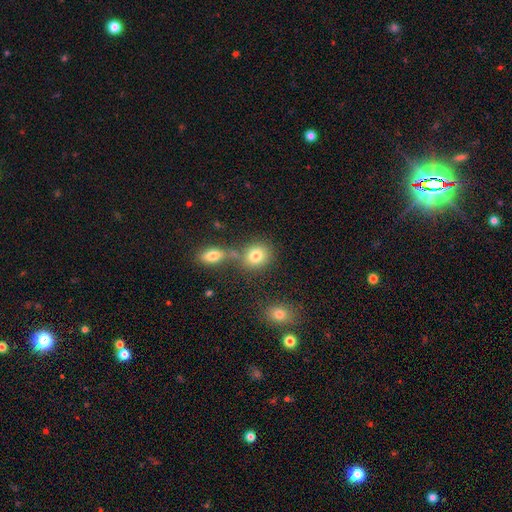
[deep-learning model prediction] A smooth galaxy with no disk features (81%) that is round (72%). Merging: none (63%).